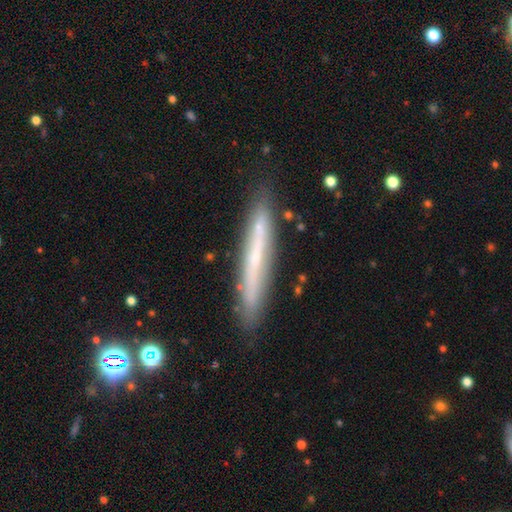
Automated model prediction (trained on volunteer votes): A featured or disk galaxy (56%) viewed edge-on (87%).

Vote fractions:
- Smooth or featured? featured or disk: 56% / smooth: 36% / star or artifact: 7%
- Edge-on disk? yes: 87% / no: 13%
- Merging? none: 84% / minor disturbance: 12% / major disturbance: 2% / merger: 2%